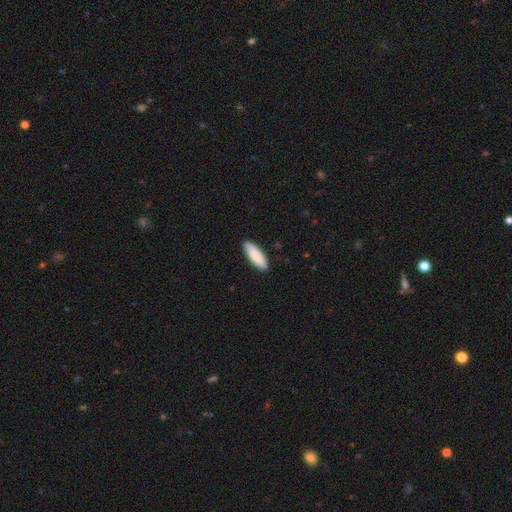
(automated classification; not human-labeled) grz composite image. It shows a smooth galaxy with no disk features (88%) that is in between round and cigar-shaped (60%). Merging: none (89%).